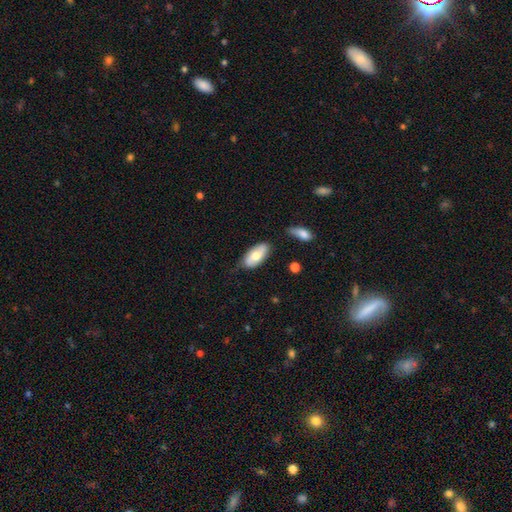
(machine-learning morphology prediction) smooth_or_featured: smooth (p=0.64) [alt: featured or disk p=0.30]
how_rounded: in between (p=0.91) [alt: cigar-shaped p=0.06]
merging: none (p=0.69) [alt: minor disturbance p=0.21]